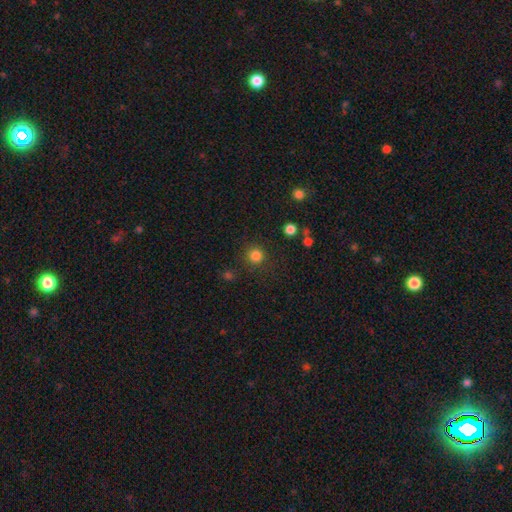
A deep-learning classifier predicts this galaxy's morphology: Overall: smooth (83%). How rounded: round (94%). Merging: none (87%).